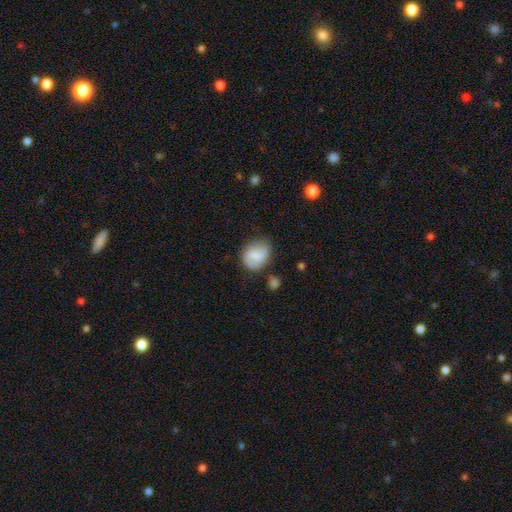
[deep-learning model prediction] smooth_or_featured: smooth (p=0.60) [alt: featured or disk p=0.32]
how_rounded: round (p=0.51) [alt: in between p=0.48]
merging: none (p=0.64) [alt: minor disturbance p=0.24]